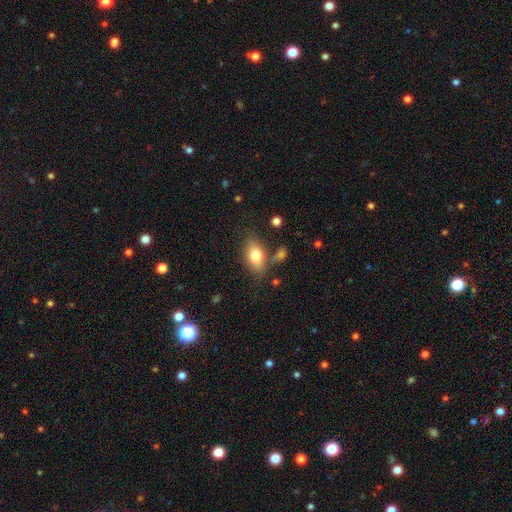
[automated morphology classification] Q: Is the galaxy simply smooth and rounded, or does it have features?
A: smooth — 75%.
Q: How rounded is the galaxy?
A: in between — 86%.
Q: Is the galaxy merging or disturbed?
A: none — 70%.